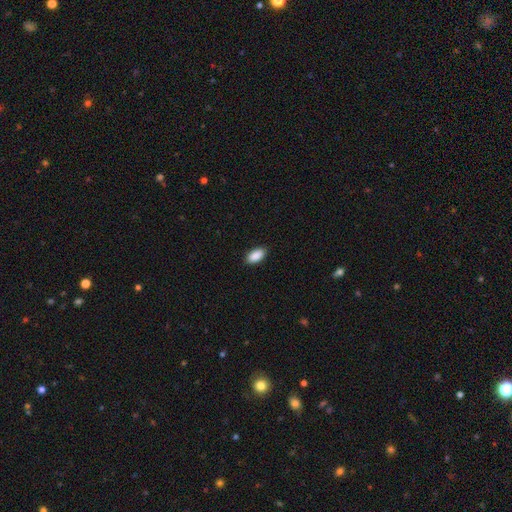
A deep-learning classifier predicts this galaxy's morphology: A smooth galaxy with no disk features (91%) that is in between round and cigar-shaped (94%).

Vote fractions:
- Smooth or featured? smooth: 91% / star or artifact: 6% / featured or disk: 3%
- How rounded? in between: 94% / cigar-shaped: 4% / round: 3%
- Merging? none: 89% / minor disturbance: 9% / major disturbance: 2% / merger: 1%